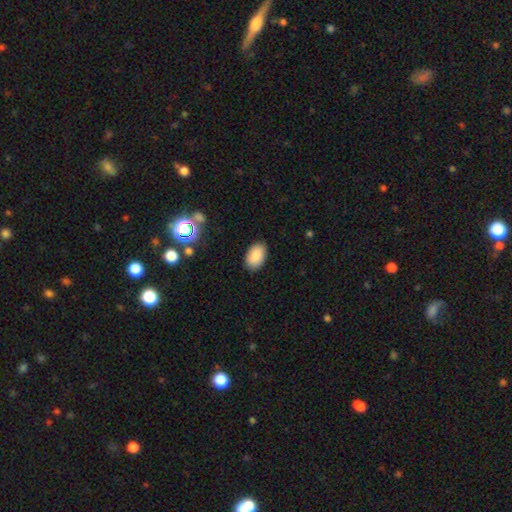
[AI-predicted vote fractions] This is clearly a smooth galaxy (87%). How rounded: clearly in between (92%). Merging: clearly none (87%).